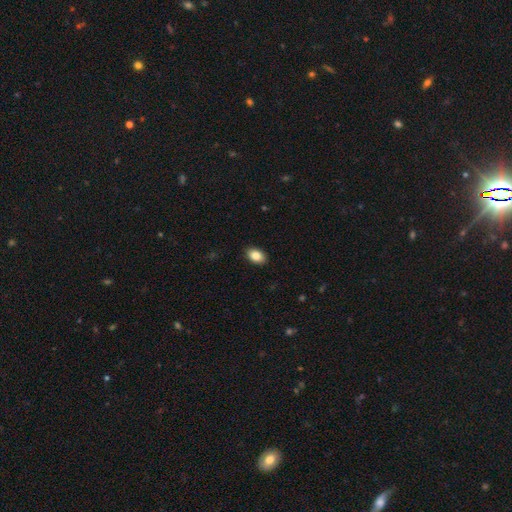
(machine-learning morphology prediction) smooth-or-featured: smooth: 86% | star or artifact: 8% | featured or disk: 6%
  how-rounded: in between: 88% | round: 11% | cigar-shaped: 1%
  merging: none: 90% | minor disturbance: 8% | major disturbance: 2% | merger: 1%